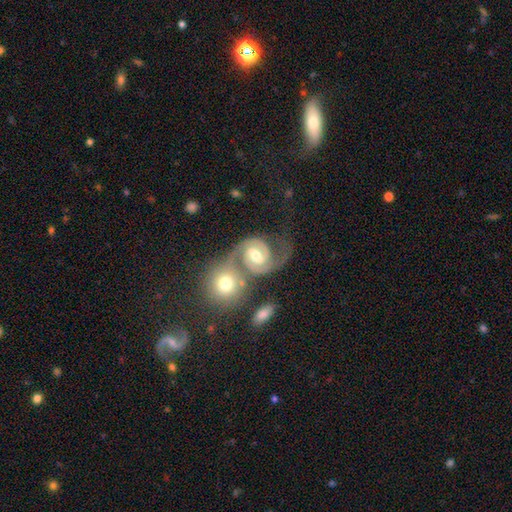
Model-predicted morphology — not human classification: Smooth or featured? Predicted: featured or disk (p=0.88). Edge-on disk? Predicted: no (p=0.98). Bar? Predicted: weak (p=0.49). Spiral arms? Predicted: yes (p=0.98). Spiral winding? Predicted: medium (p=0.49). Spiral arm count? Predicted: 2 (p=0.91). Bulge size? Predicted: moderate (p=0.70). Merging? Predicted: merger (p=0.41).